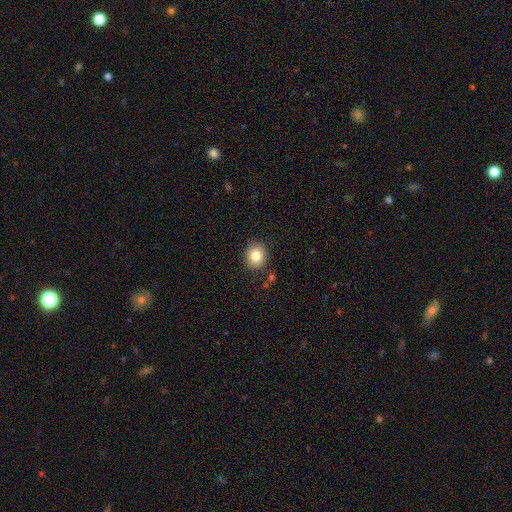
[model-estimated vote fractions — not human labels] The model was most divided on "how rounded": round: 81%, in between: 18%, cigar-shaped: 1%. More confident: merging — none (86%); smooth or featured — smooth (84%).